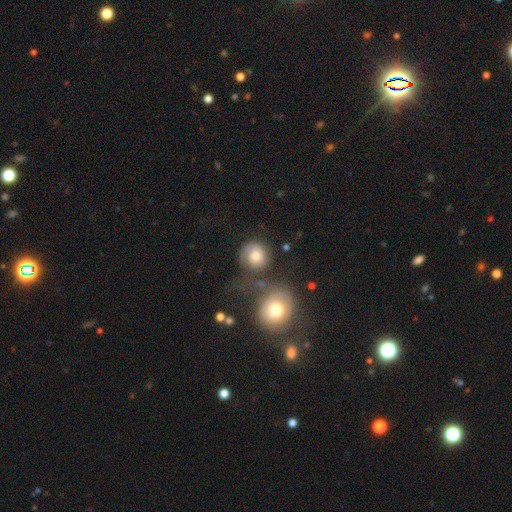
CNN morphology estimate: type=smooth (50%); merging=none (54%).